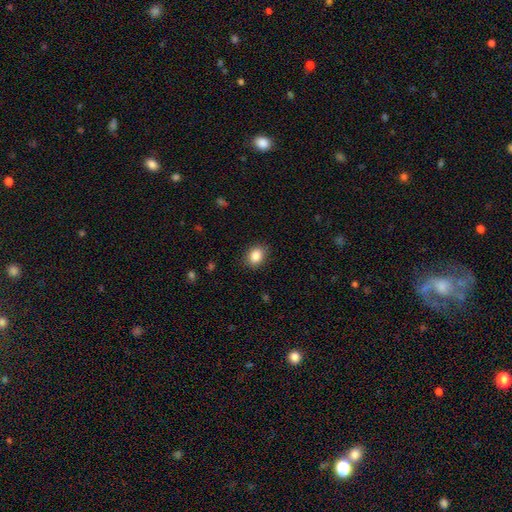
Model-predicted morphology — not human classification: Overall: smooth (87%). How rounded: in between (62%; round 37%). Merging: none (87%).